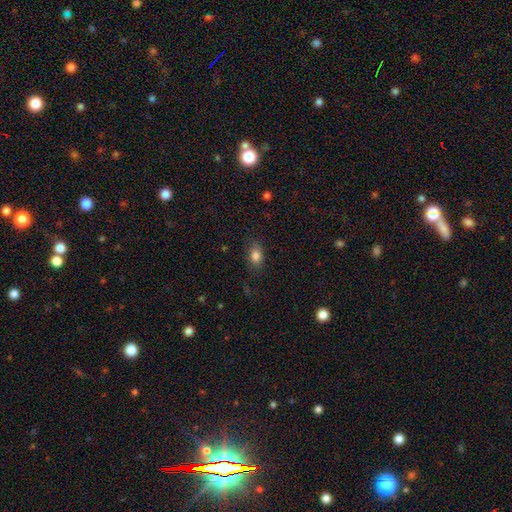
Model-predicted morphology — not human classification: This is clearly a smooth galaxy (82%). How rounded: clearly in between (83%). Merging: clearly none (82%).